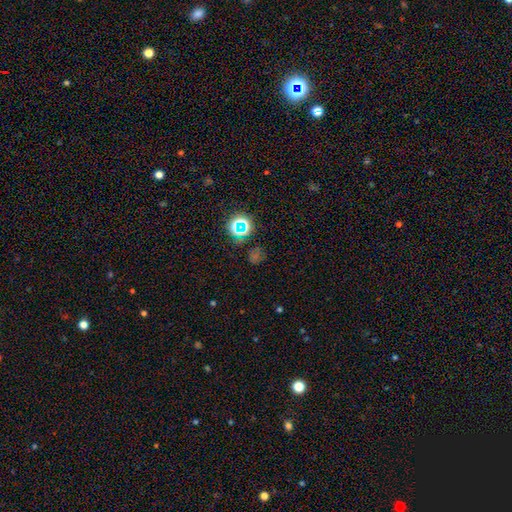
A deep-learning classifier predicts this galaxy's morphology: smooth_or_featured: star or artifact (p=0.62) [alt: smooth p=0.30]